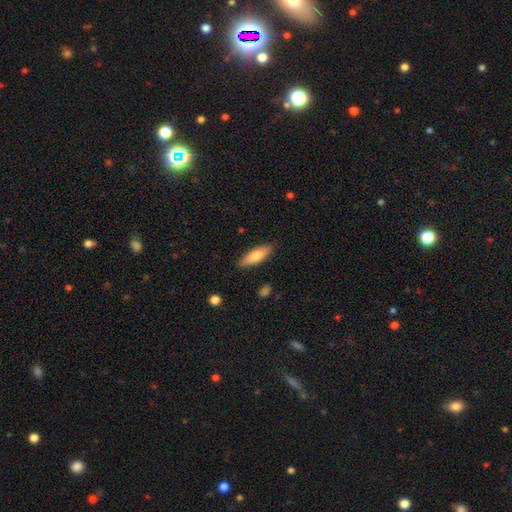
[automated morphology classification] Smooth or featured?
  - smooth: 71% *
  - featured or disk: 23%
  - star or artifact: 6%
How rounded?
  - cigar-shaped: 50% *
  - in between: 48%
  - round: 2%
Merging?
  - none: 88% *
  - minor disturbance: 9%
  - major disturbance: 2%
  - merger: 1%